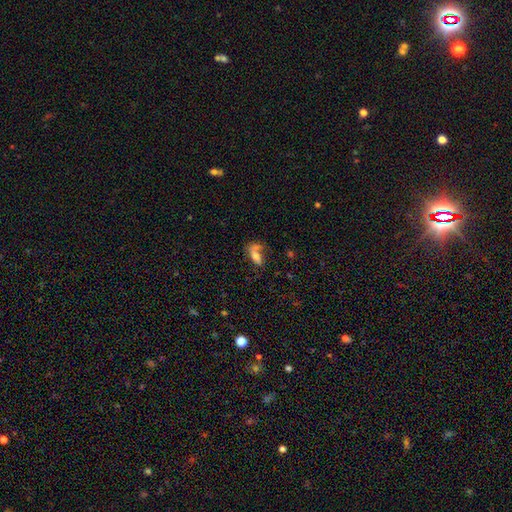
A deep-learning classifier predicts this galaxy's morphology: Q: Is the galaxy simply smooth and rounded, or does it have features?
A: smooth — 60%.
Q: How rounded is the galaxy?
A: in between — 72%.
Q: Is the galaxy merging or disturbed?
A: none — 34%.